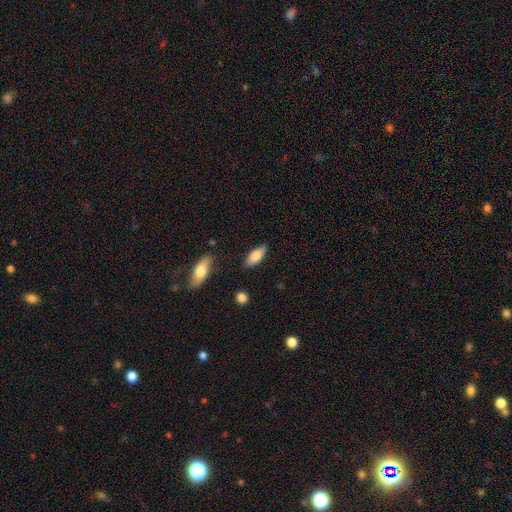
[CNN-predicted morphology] This is likely a smooth galaxy (75%). How rounded: likely in between (76%). Merging: clearly none (83%).